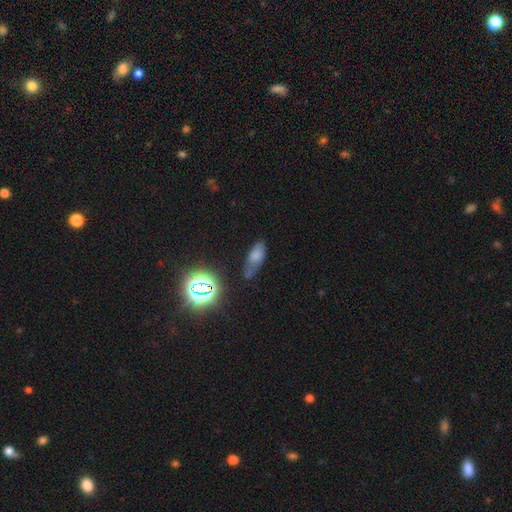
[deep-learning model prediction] Q: Smooth or featured?
A: smooth (45%); runner-up: star or artifact (36%)
Q: Merging?
A: none (62%); runner-up: minor disturbance (24%)